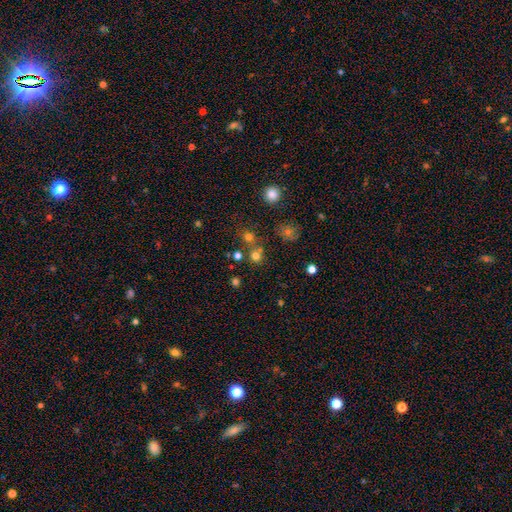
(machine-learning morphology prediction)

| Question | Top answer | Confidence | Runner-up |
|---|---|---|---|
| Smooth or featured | smooth | 69% | star or artifact (23%) |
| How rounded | round | 89% | in between (10%) |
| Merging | none | 65% | merger (24%) |